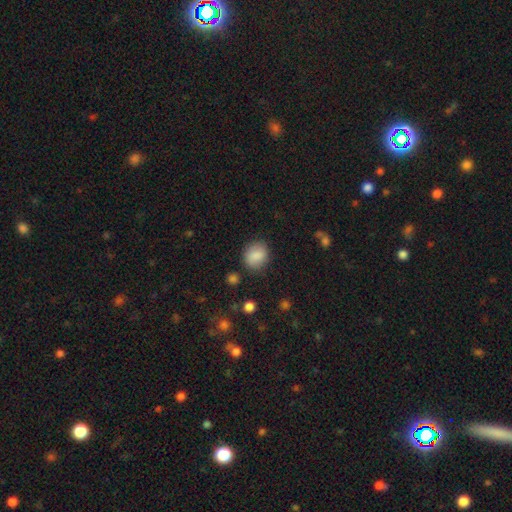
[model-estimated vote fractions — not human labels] This appears to be a smooth galaxy with no disk features (86%) that is round (61%). Merging: none (82%).